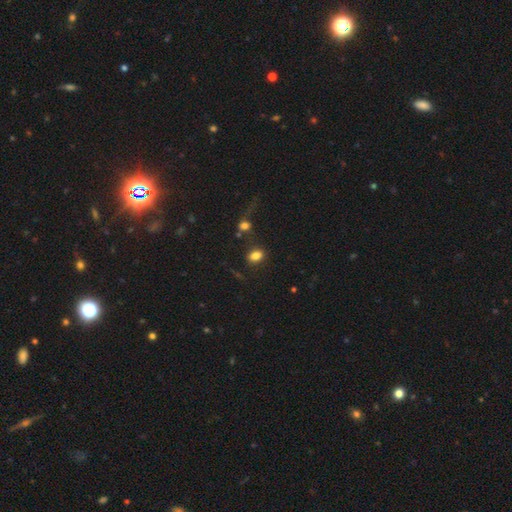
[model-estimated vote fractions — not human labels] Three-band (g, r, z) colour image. It shows a smooth galaxy with no disk features (83%) that is in between round and cigar-shaped (75%). Merging: none (69%).